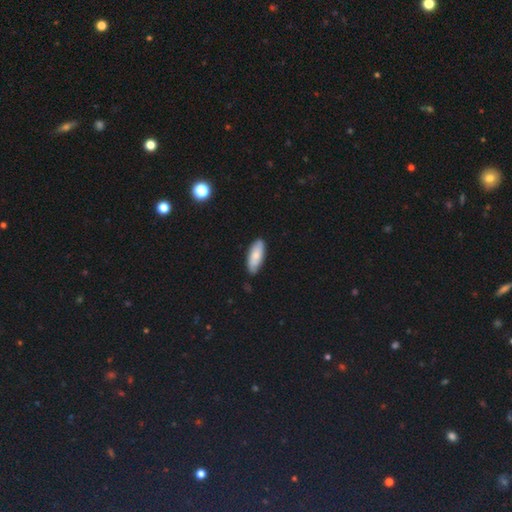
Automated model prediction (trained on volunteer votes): Morphology: type=smooth (77%); roundness=in between (76%); merging=none (84%).